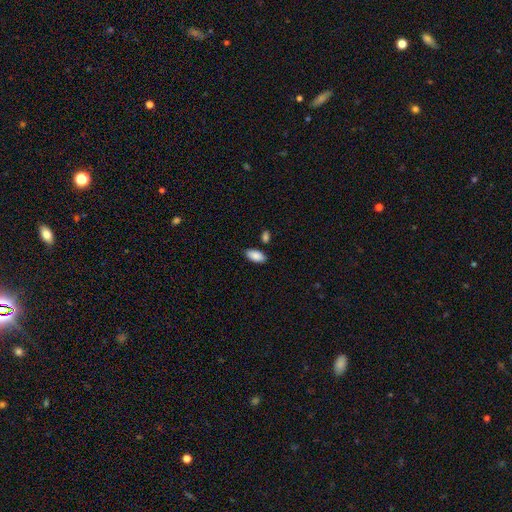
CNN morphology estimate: A smooth galaxy with no disk features (89%) that is in between round and cigar-shaped (94%).

Vote fractions:
- Smooth or featured? smooth: 89% / star or artifact: 7% / featured or disk: 5%
- How rounded? in between: 94% / cigar-shaped: 4% / round: 2%
- Merging? none: 82% / minor disturbance: 11% / merger: 5% / major disturbance: 2%